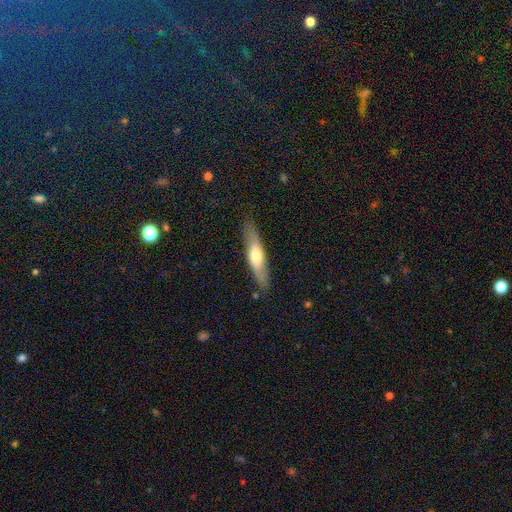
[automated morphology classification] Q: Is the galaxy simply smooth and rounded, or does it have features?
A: smooth — 55%.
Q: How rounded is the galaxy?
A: cigar-shaped — 73%.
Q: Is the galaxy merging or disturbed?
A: none — 82%.